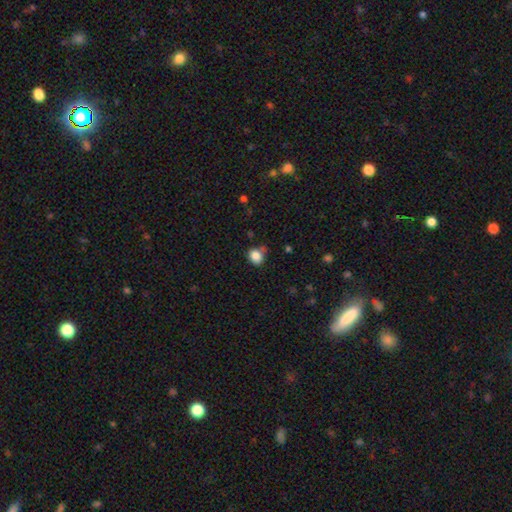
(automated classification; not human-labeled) This appears to be a smooth galaxy with no disk features (85%) that is round (61%). Merging: none (65%).